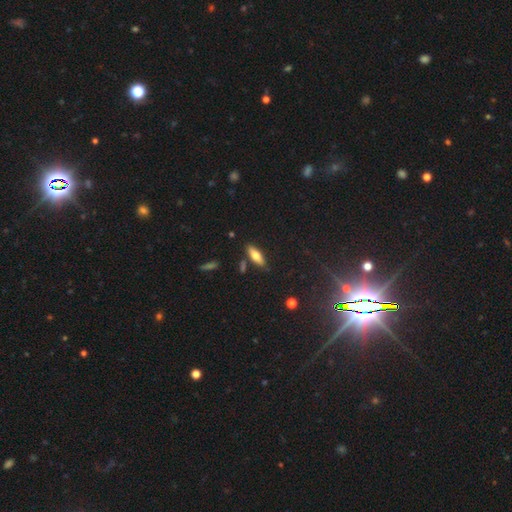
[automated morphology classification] Smooth or featured: smooth — 68% (featured or disk — 25%)
How rounded: in between — 62% (cigar-shaped — 35%)
Merging: none — 81% (minor disturbance — 12%)